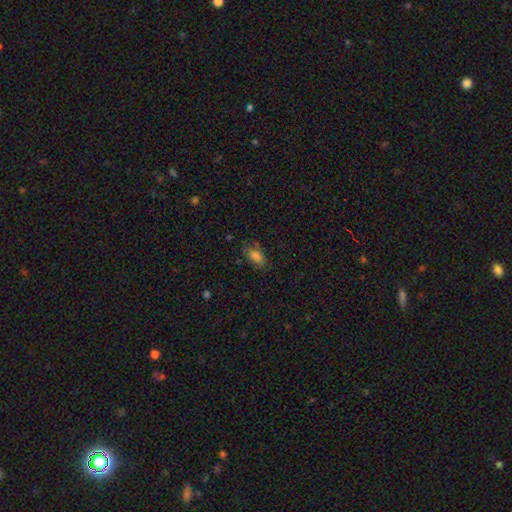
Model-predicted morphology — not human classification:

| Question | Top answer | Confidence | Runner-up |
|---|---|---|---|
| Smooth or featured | smooth | 81% | star or artifact (10%) |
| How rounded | in between | 88% | cigar-shaped (8%) |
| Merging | none | 73% | minor disturbance (19%) |